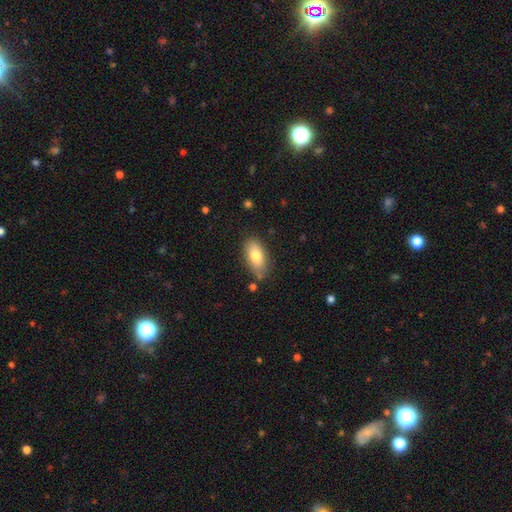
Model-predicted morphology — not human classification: type=smooth (78%); roundness=in between (92%); merging=none (78%).